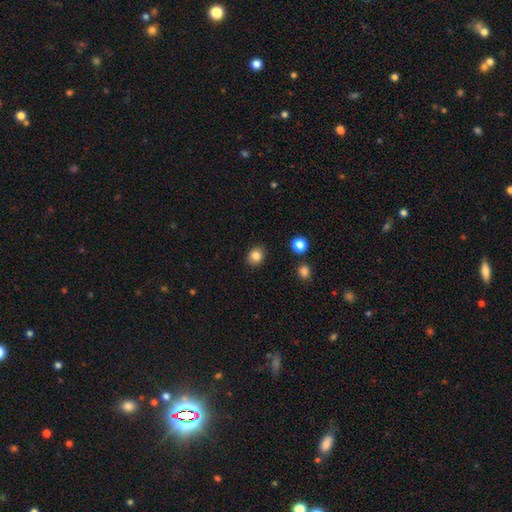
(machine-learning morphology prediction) The model was most divided on "how rounded": round: 63%, in between: 36%, cigar-shaped: 1%. More confident: merging — none (87%); smooth or featured — smooth (84%).